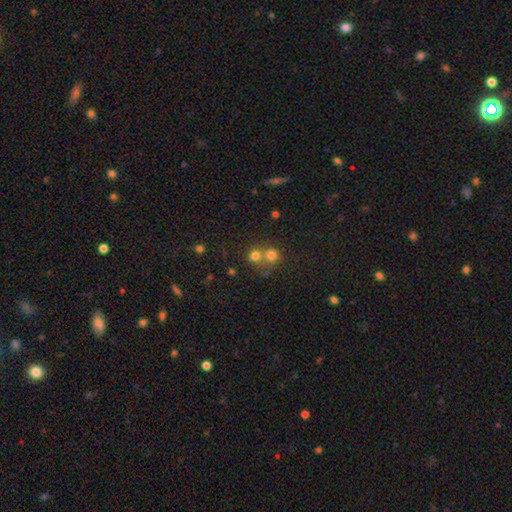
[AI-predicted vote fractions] Smooth or featured?
  - smooth: 73% *
  - star or artifact: 17%
  - featured or disk: 10%
How rounded?
  - round: 88% *
  - in between: 11%
  - cigar-shaped: 1%
Merging?
  - merger: 48% *
  - none: 45%
  - minor disturbance: 5%
  - major disturbance: 2%